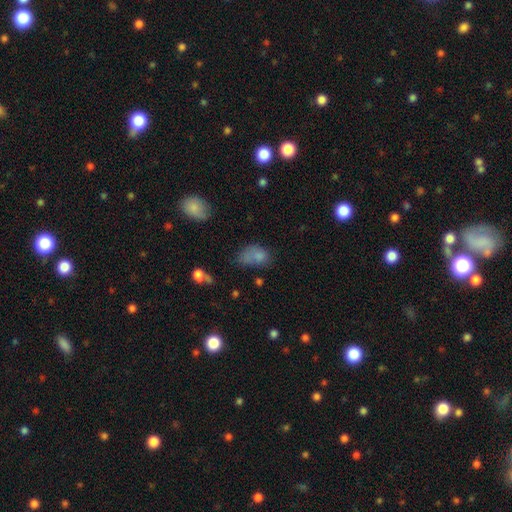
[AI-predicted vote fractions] Smooth or featured: smooth — 73% (star or artifact — 13%)
How rounded: in between — 84% (round — 14%)
Merging: none — 33% (minor disturbance — 28%)